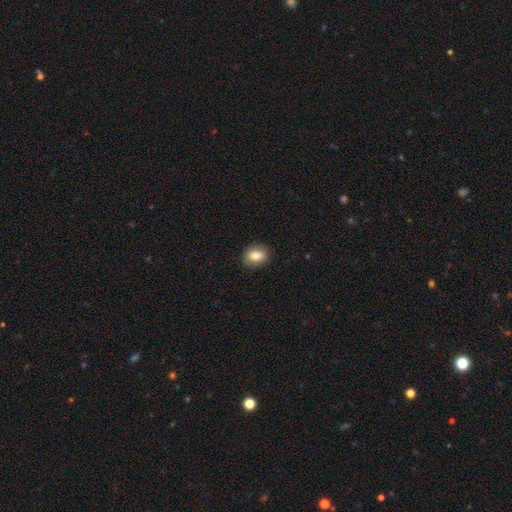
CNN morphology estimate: Q: Smooth or featured?
A: smooth (83%); runner-up: star or artifact (9%)
Q: How rounded?
A: in between (52%); runner-up: round (47%)
Q: Merging?
A: none (87%); runner-up: minor disturbance (10%)